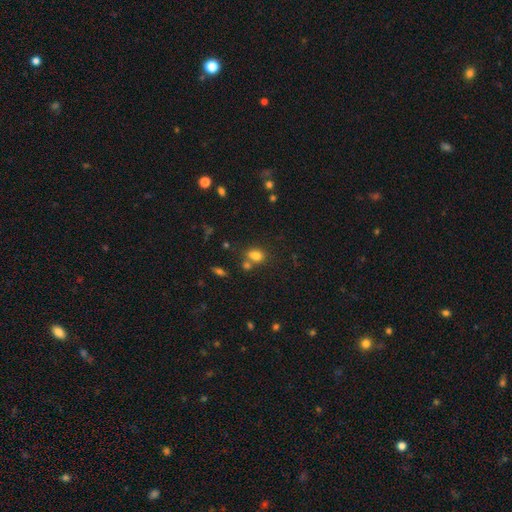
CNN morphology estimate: smooth_or_featured: smooth (p=0.77) [alt: star or artifact p=0.14]
how_rounded: in between (p=0.66) [alt: round p=0.32]
merging: none (p=0.51) [alt: merger p=0.31]